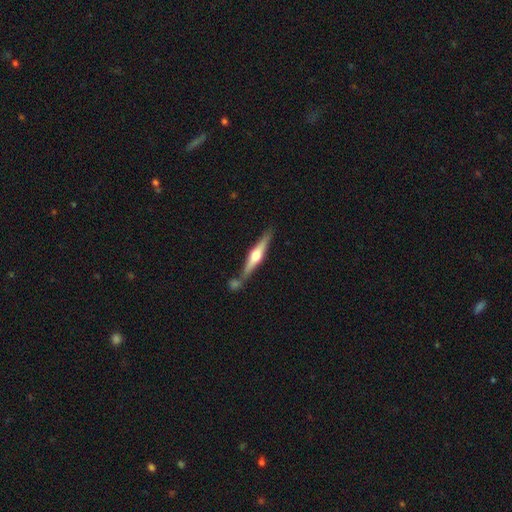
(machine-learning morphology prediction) The model was most divided on "smooth or featured": featured or disk: 68%, smooth: 27%, star or artifact: 5%. More confident: edge-on disk — yes (97%); edge-on bulge — rounded (92%); merging — none (69%).